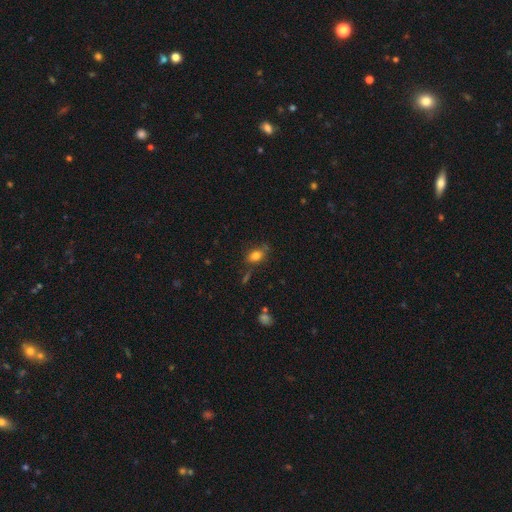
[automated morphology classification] A smooth galaxy with no disk features (80%) that is in between round and cigar-shaped (76%). Merging: none (70%).